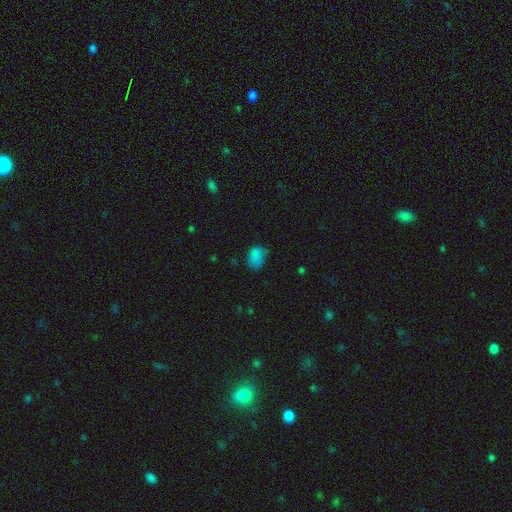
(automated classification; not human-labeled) Smooth or featured? smooth (80%)
How rounded? in between (76%)
Merging? none (52%)